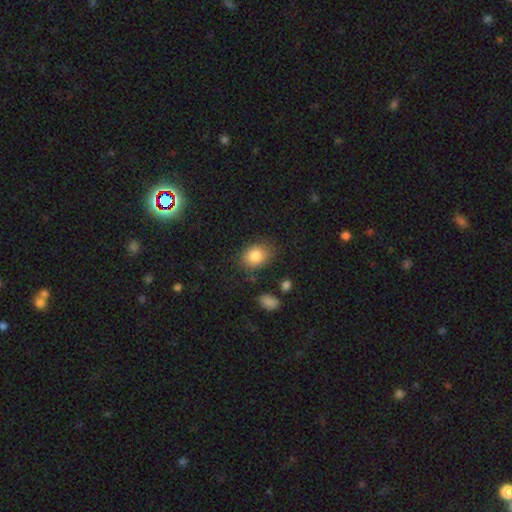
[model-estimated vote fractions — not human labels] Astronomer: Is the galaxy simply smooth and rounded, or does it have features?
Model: smooth — 85%.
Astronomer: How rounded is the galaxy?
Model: in between — 65%.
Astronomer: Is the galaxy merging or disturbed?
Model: none — 76%.